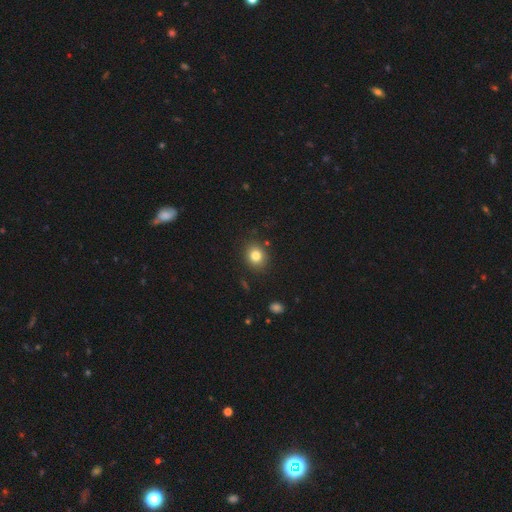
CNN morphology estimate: This is clearly a smooth galaxy (82%). How rounded: likely round (73%). Merging: clearly none (87%).